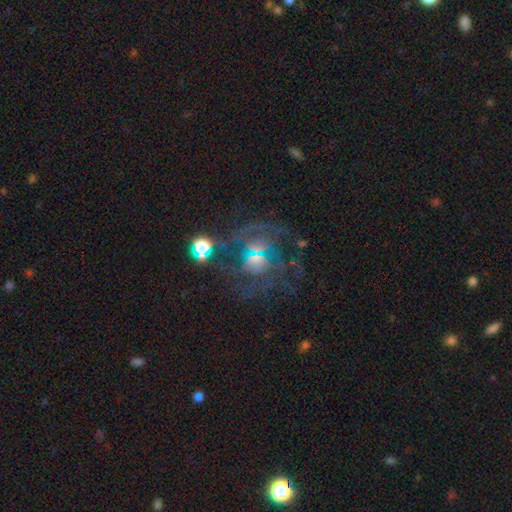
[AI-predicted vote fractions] featured or disk 64%, star or artifact 21%, smooth 15%. Down the decision tree: edge-on disk — no (97%); bar — no (62%); spiral arms — yes (77%); bulge size — small (39%); merging — none (53%).